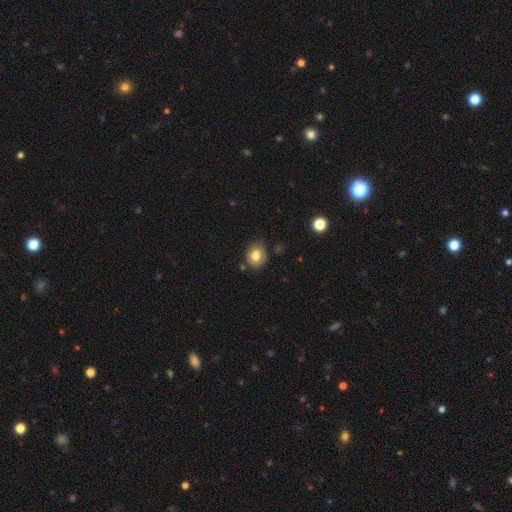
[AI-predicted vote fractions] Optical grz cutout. It shows a smooth galaxy with no disk features (79%) that is round (67%). Merging: none (75%).